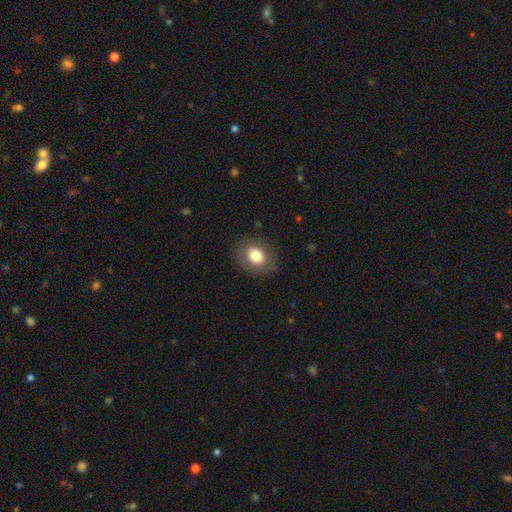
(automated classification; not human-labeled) Smooth or featured: smooth — 78% (featured or disk — 13%)
How rounded: round — 51% (in between — 48%)
Merging: none — 85% (minor disturbance — 10%)